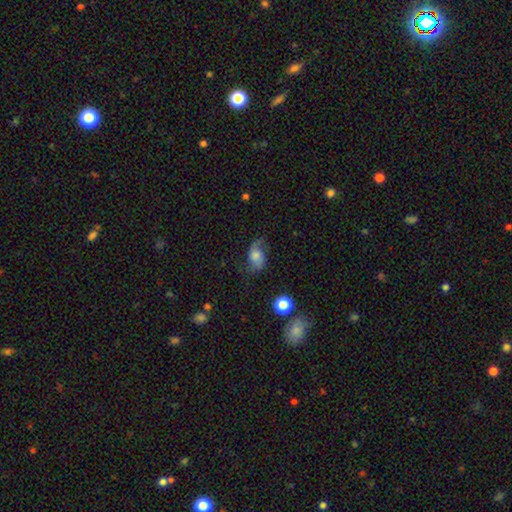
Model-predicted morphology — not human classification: Smooth or featured? smooth (48%)
Merging? none (54%)